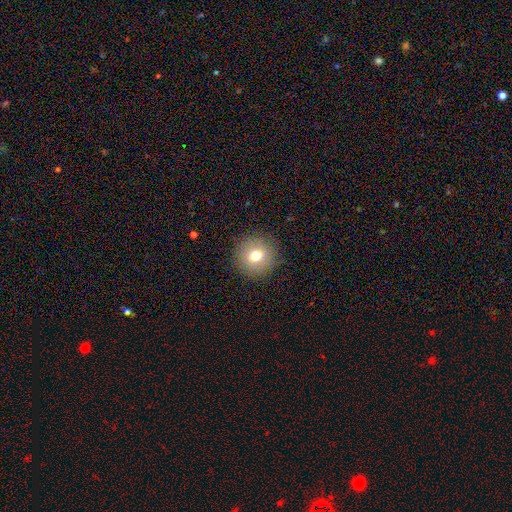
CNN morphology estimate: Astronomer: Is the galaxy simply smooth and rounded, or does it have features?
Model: smooth — 73%.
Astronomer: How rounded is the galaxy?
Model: round — 93%.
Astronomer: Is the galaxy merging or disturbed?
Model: none — 89%.